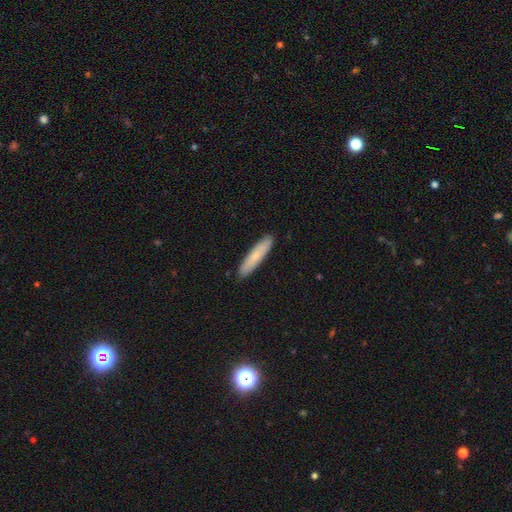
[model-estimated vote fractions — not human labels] Smooth or featured?
  - smooth: 74% *
  - featured or disk: 21%
  - star or artifact: 6%
How rounded?
  - cigar-shaped: 86% *
  - in between: 12%
  - round: 1%
Merging?
  - none: 91% *
  - minor disturbance: 7%
  - major disturbance: 1%
  - merger: 1%